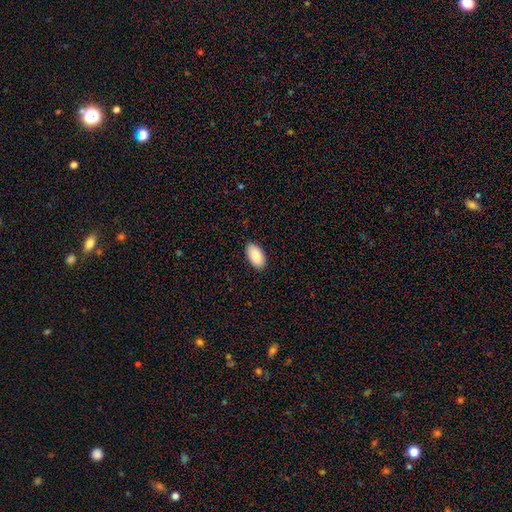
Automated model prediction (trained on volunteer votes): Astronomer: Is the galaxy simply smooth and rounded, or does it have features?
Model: smooth — 90%.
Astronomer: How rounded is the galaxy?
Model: in between — 96%.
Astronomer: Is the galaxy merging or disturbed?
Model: none — 88%.